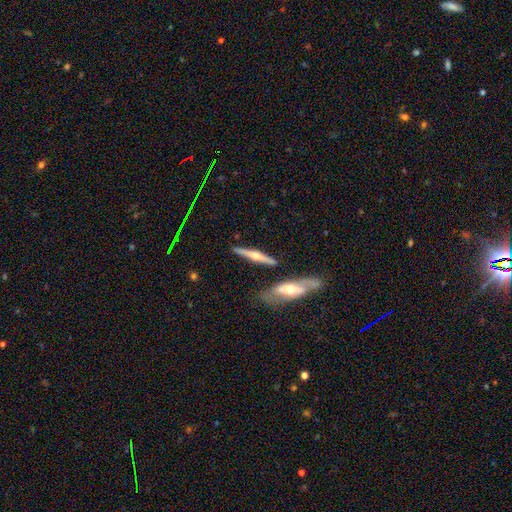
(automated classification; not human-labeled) Q: Smooth or featured?
A: featured or disk (70%); runner-up: smooth (24%)
Q: Edge-on disk?
A: yes (96%); runner-up: no (4%)
Q: Edge-on bulge?
A: rounded (91%); runner-up: none (5%)
Q: Merging?
A: none (83%); runner-up: minor disturbance (9%)